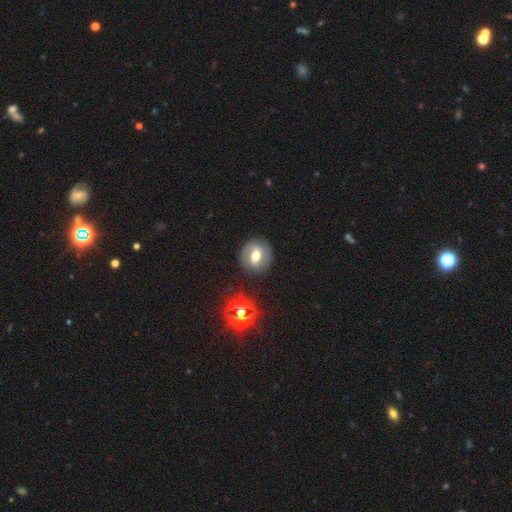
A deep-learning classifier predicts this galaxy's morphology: This appears to be a featured or disk galaxy (48%). Merging: none (83%).